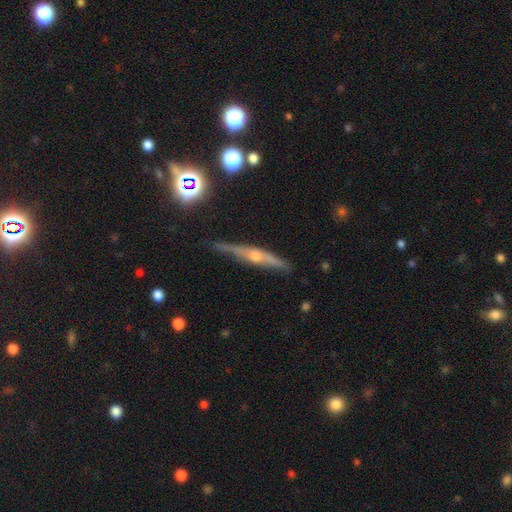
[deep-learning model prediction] smooth_or_featured: featured or disk (p=0.74) [alt: smooth p=0.17]
disk_edge_on: yes (p=0.96) [alt: no p=0.04]
edge_on_bulge: rounded (p=0.87) [alt: none p=0.07]
merging: none (p=0.81) [alt: minor disturbance p=0.14]